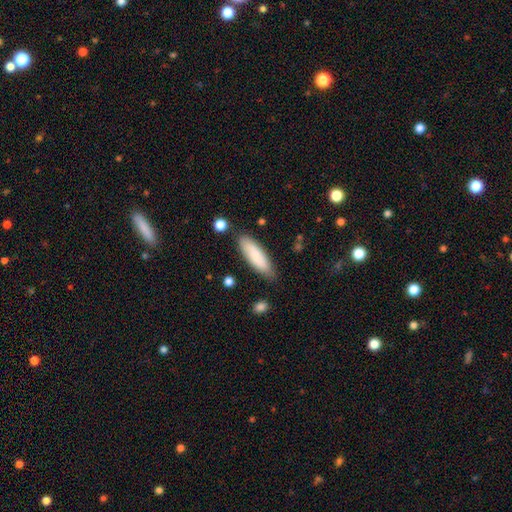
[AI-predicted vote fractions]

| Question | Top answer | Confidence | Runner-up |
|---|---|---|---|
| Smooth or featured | smooth | 83% | featured or disk (11%) |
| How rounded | cigar-shaped | 51% | in between (47%) |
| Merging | none | 81% | minor disturbance (14%) |